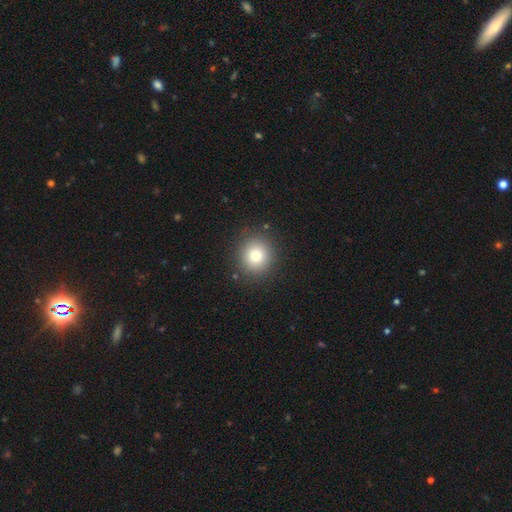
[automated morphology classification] type=smooth (78%); roundness=round (89%); merging=none (89%).